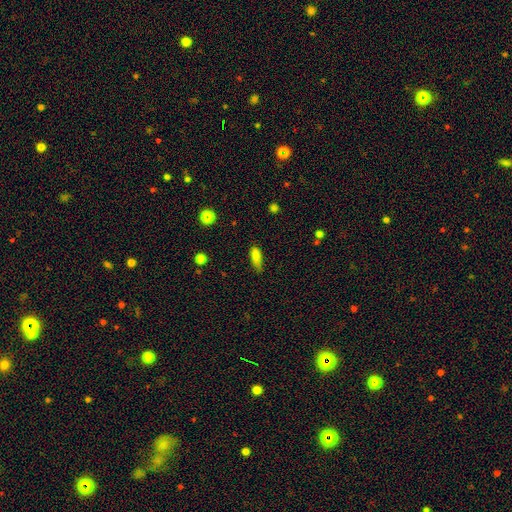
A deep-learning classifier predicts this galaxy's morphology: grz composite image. It shows a smooth galaxy with no disk features (82%) that is in between round and cigar-shaped (63%). Merging: none (62%).